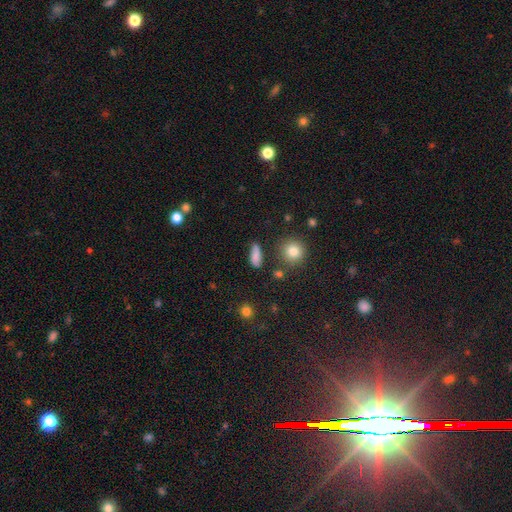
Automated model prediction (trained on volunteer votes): Q: Smooth or featured?
A: smooth (79%); runner-up: star or artifact (11%)
Q: How rounded?
A: in between (66%); runner-up: cigar-shaped (26%)
Q: Merging?
A: none (69%); runner-up: minor disturbance (19%)